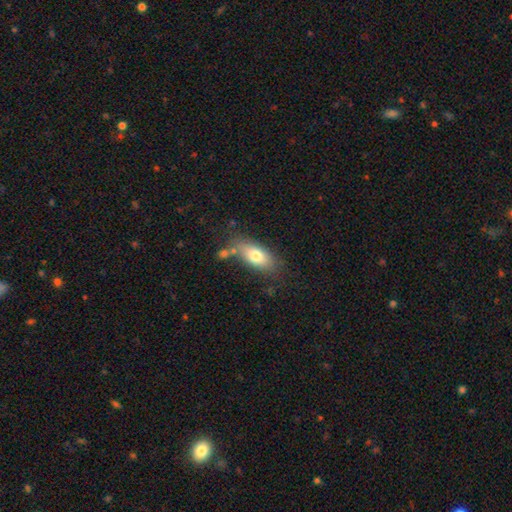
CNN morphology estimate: This appears to be a smooth galaxy with no disk features (75%) that is in between round and cigar-shaped (84%). Merging: none (69%).